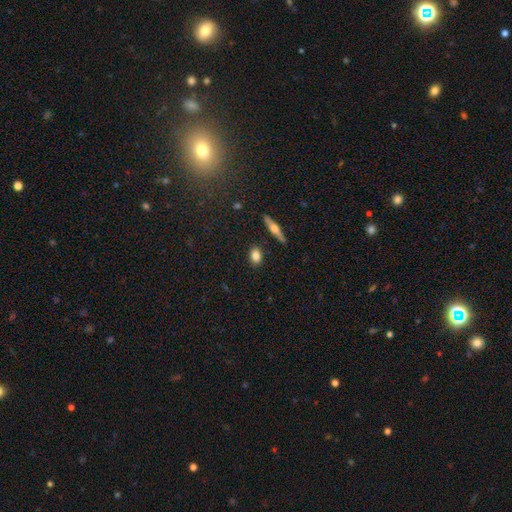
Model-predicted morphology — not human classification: This appears to be a smooth galaxy with no disk features (81%) that is in between round and cigar-shaped (70%). Merging: none (87%).